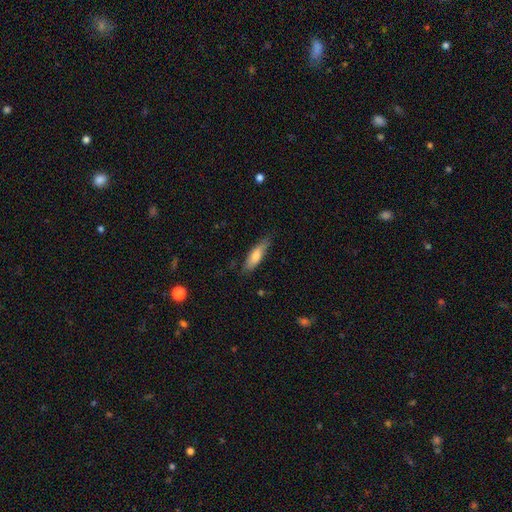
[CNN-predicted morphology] Q: Smooth or featured?
A: smooth (71%); runner-up: featured or disk (23%)
Q: How rounded?
A: cigar-shaped (57%); runner-up: in between (41%)
Q: Merging?
A: none (73%); runner-up: minor disturbance (22%)